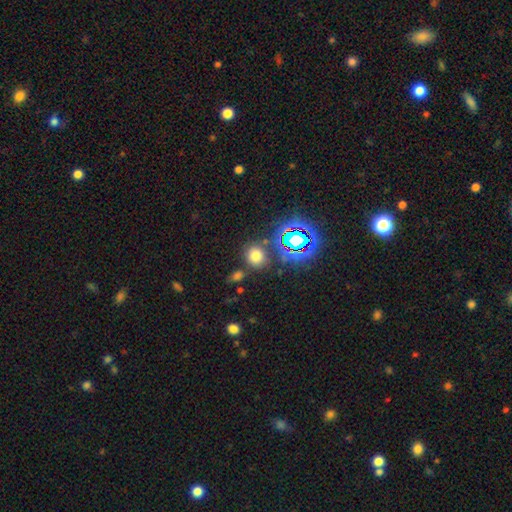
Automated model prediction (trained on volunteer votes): smooth-or-featured: smooth: 69% | star or artifact: 24% | featured or disk: 7%
  how-rounded: round: 82% | in between: 17% | cigar-shaped: 1%
  merging: none: 76% | minor disturbance: 10% | merger: 9% | major disturbance: 4%